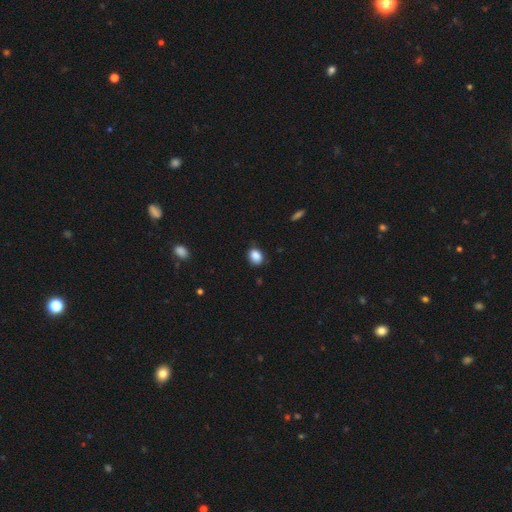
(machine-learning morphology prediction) smooth-or-featured: smooth: 87% | star or artifact: 9% | featured or disk: 4%
  how-rounded: in between: 53% | round: 46% | cigar-shaped: 1%
  merging: none: 76% | minor disturbance: 19% | major disturbance: 3% | merger: 1%